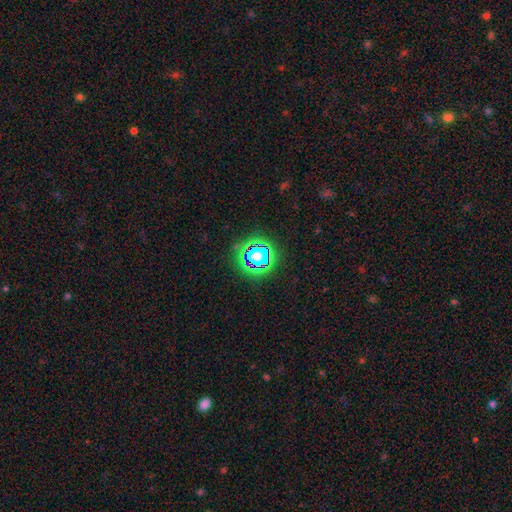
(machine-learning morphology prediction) A star or artifact, not a galaxy (54%).

Vote fractions:
- Smooth or featured? star or artifact: 54% / smooth: 33% / featured or disk: 13%